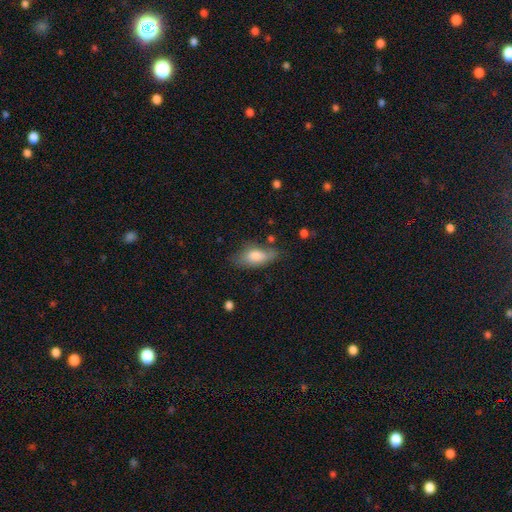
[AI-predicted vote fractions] A smooth galaxy with no disk features (77%) that is in between round and cigar-shaped (81%). Merging: none (61%).